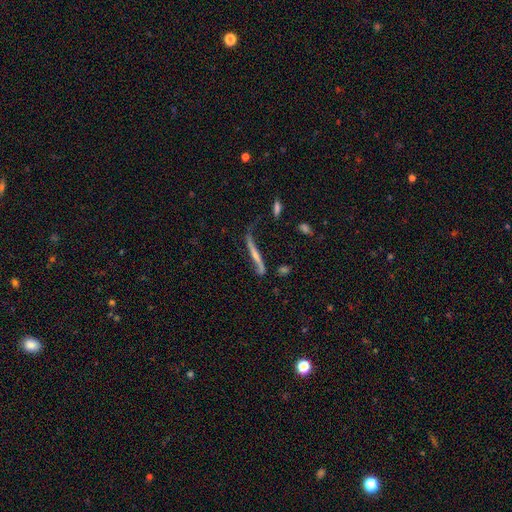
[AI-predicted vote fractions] Morphology: type=featured or disk (60%); edge-on=yes (72%); merging=none (48%).